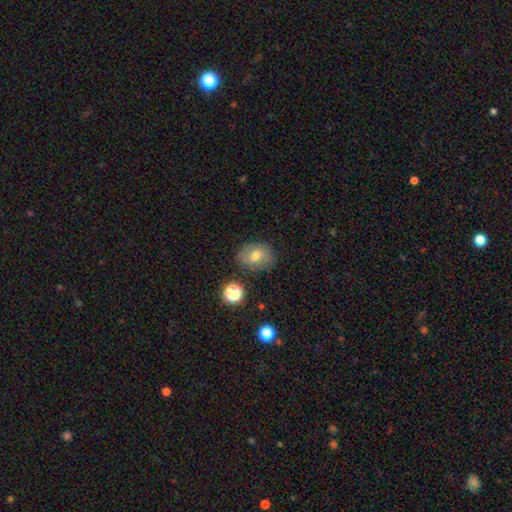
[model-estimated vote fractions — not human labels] A smooth galaxy with no disk features (64%) that is in between round and cigar-shaped (56%).

Vote fractions:
- Smooth or featured? smooth: 64% / featured or disk: 24% / star or artifact: 12%
- How rounded? in between: 56% / round: 43% / cigar-shaped: 1%
- Merging? none: 78% / minor disturbance: 15% / major disturbance: 4% / merger: 2%